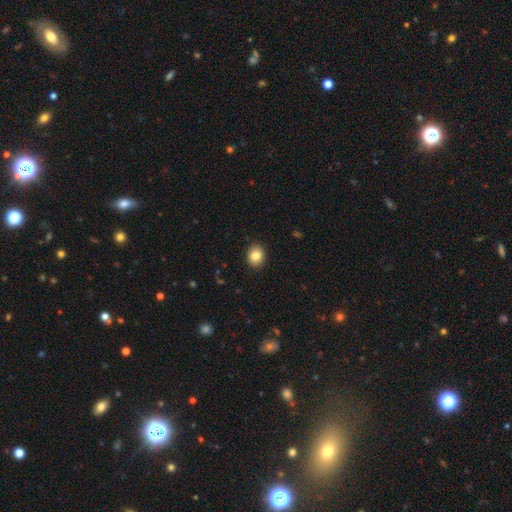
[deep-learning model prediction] smooth_or_featured: smooth (p=0.85) [alt: star or artifact p=0.09]
how_rounded: round (p=0.65) [alt: in between p=0.34]
merging: none (p=0.91) [alt: minor disturbance p=0.07]